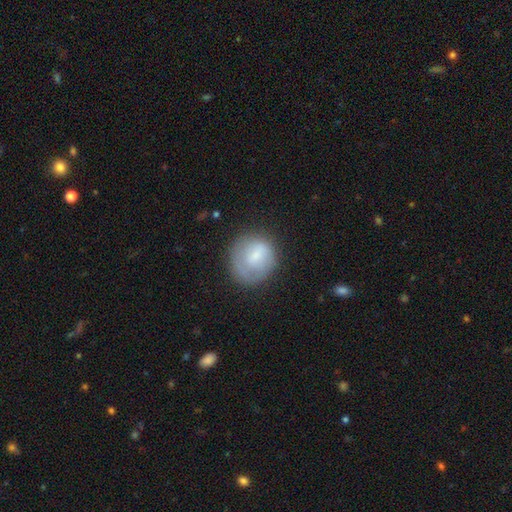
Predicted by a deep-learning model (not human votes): Morphology: type=smooth (64%); roundness=round (76%); merging=none (62%).